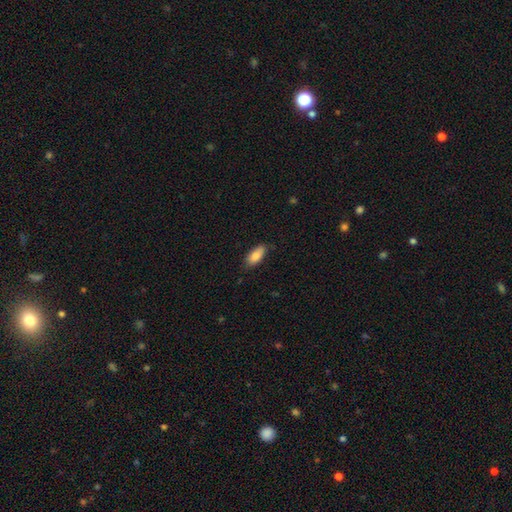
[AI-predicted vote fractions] This is clearly a smooth galaxy (84%). How rounded: clearly in between (86%). Merging: likely none (78%).